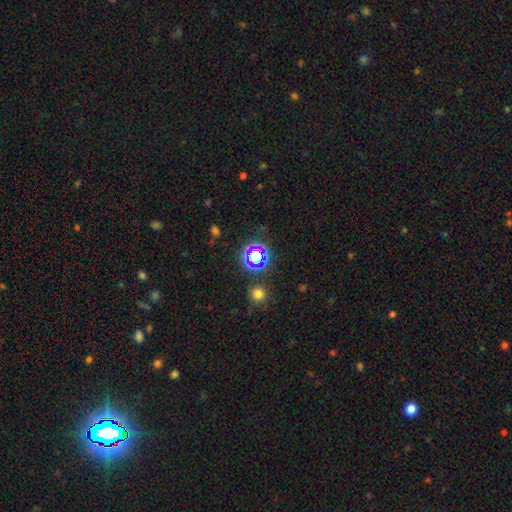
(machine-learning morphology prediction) Overall: star or artifact (62%; smooth 28%).